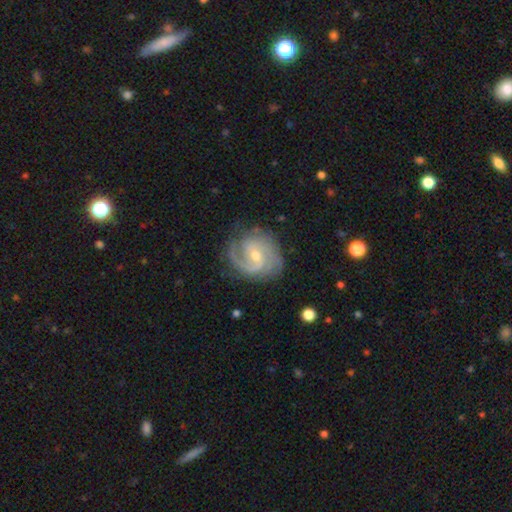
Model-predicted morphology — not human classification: The model was most divided on "bar" (2-way tie): weak: 45%, no: 45%, strong: 10%. Remaining: edge-on disk — no (98%); spiral arms — yes (98%); smooth or featured — featured or disk (90%); merging — none (77%); spiral arm count — 2 (58%); bulge size — small (51%); spiral winding — tight (49%).